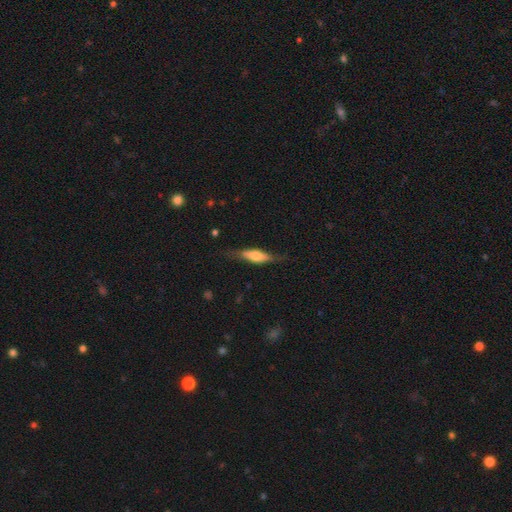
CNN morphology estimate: A smooth galaxy with no disk features (50%). Merging: none (71%).